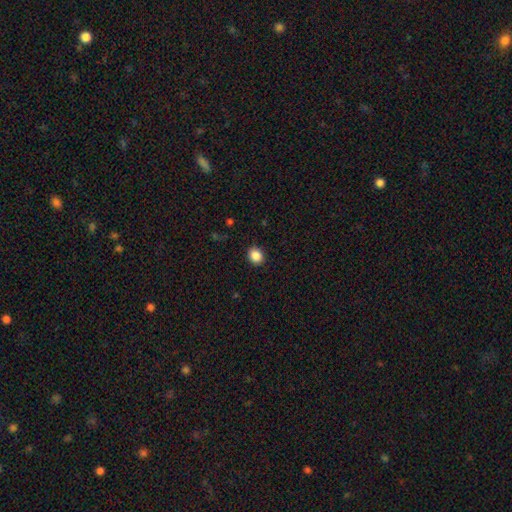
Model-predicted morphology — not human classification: Smooth or featured? Predicted: smooth (p=0.87). How rounded? Predicted: round (p=0.69). Merging? Predicted: none (p=0.90).